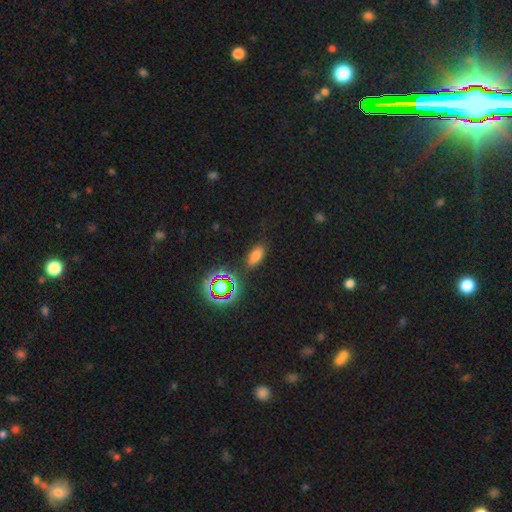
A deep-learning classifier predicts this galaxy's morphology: type=smooth (71%); roundness=in between (85%); merging=none (83%).